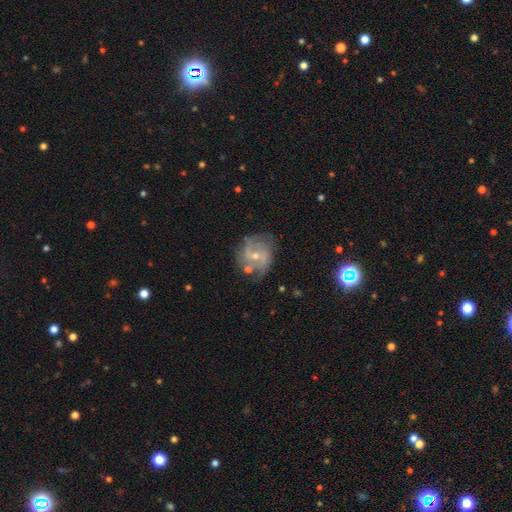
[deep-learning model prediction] Morphology: type=featured or disk (75%); edge-on=no (97%); bar=no (47%); spiral arms=yes (87%); winding=medium (43%); arm count=2 (49%); bulge=small (53%); merging=none (61%).